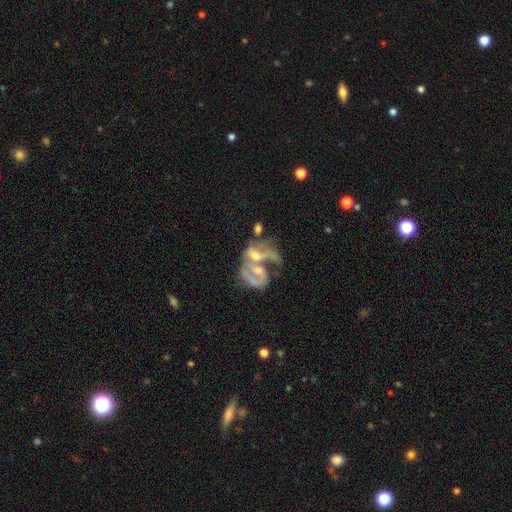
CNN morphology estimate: This appears to be a featured or disk galaxy (57%) with no bar (70%), spiral arms (59%) and a small central bulge (39%). Merging: merger (36%, tied with none).